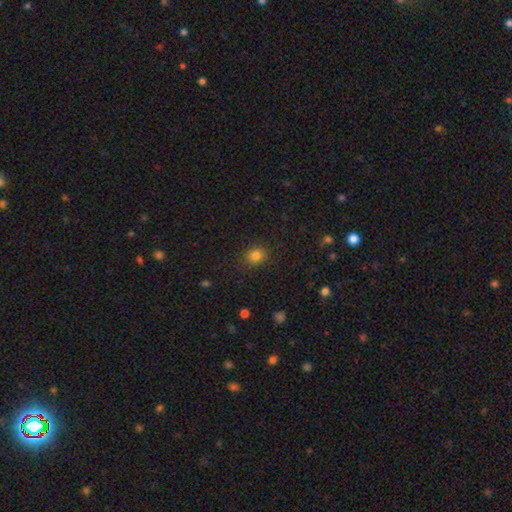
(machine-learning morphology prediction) smooth 81%, star or artifact 13%, featured or disk 6%. Down the decision tree: how rounded — round (65%); merging — none (84%).